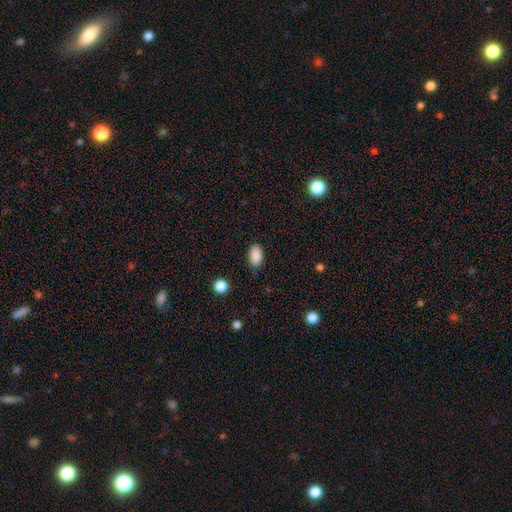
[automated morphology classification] smooth 88%, star or artifact 8%, featured or disk 3%. Down the decision tree: how rounded — in between (91%); merging — none (81%).